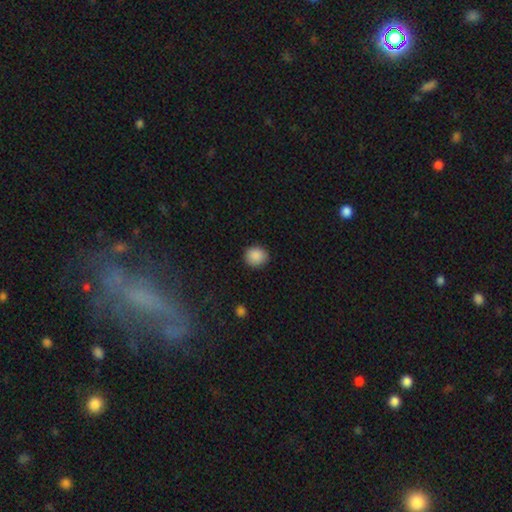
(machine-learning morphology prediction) Smooth or featured: smooth — 89% (star or artifact — 8%)
How rounded: round — 84% (in between — 16%)
Merging: none — 87% (minor disturbance — 10%)